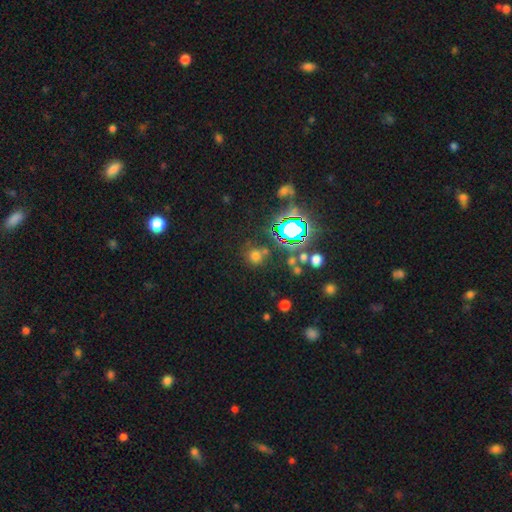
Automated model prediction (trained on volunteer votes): Smooth or featured? Predicted: smooth (p=0.56). How rounded? Predicted: round (p=0.88). Merging? Predicted: none (p=0.75).